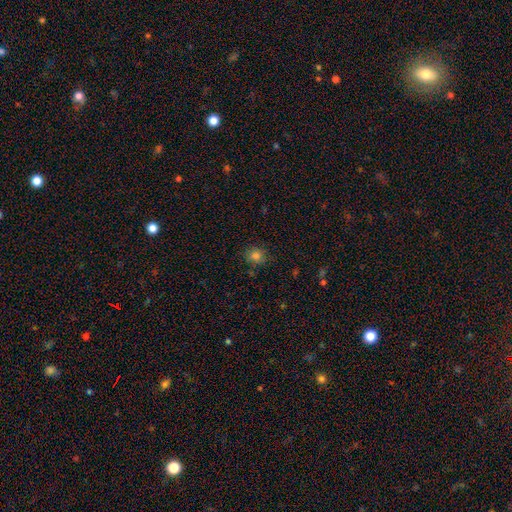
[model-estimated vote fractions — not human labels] Smooth or featured? Predicted: smooth (p=0.79). How rounded? Predicted: round (p=0.75). Merging? Predicted: none (p=0.83).